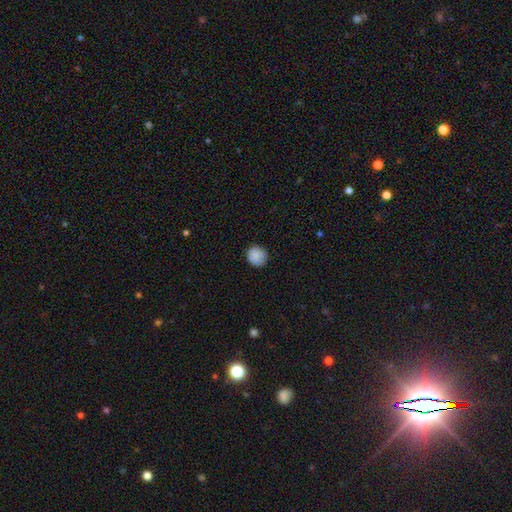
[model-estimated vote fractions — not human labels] A smooth galaxy with no disk features (88%) that is round (91%). Merging: none (86%).